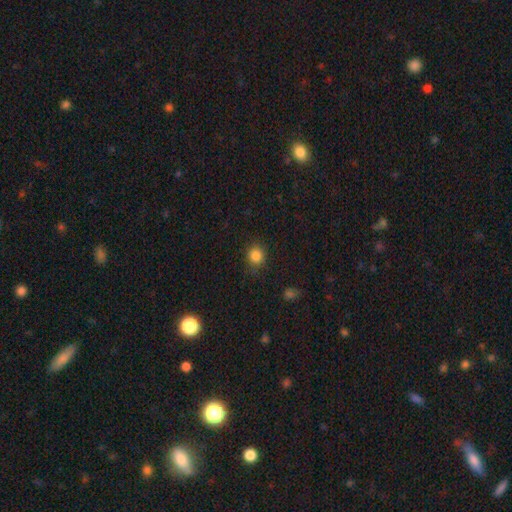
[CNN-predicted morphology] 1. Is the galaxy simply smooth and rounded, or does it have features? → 84% smooth, 11% star or artifact, 4% featured or disk.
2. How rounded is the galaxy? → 80% round, 19% in between, 1% cigar-shaped.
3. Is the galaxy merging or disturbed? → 84% none, 12% minor disturbance, 3% major disturbance, 1% merger.